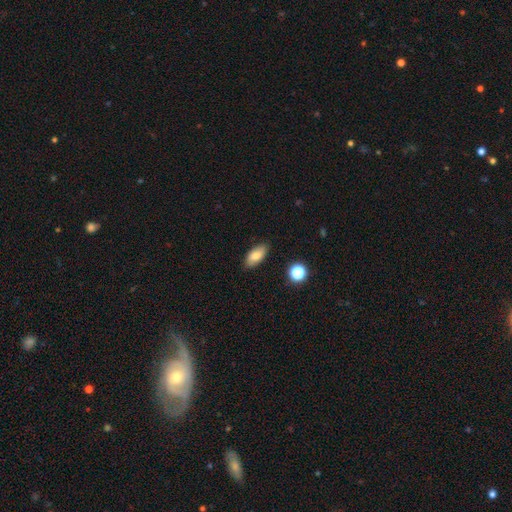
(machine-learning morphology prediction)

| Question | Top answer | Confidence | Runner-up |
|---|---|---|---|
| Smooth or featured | smooth | 79% | featured or disk (13%) |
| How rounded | in between | 88% | cigar-shaped (8%) |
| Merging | none | 86% | minor disturbance (10%) |